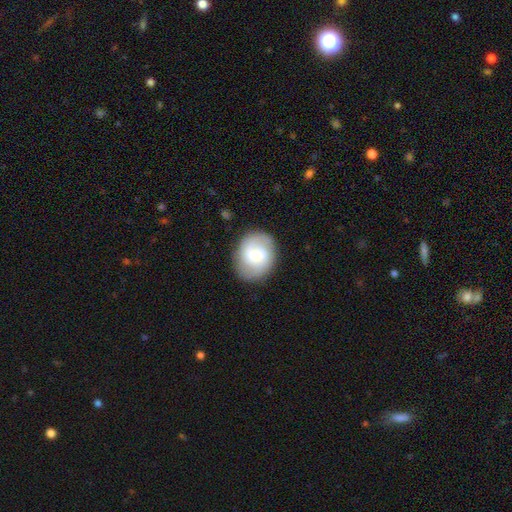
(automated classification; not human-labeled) Smooth or featured? featured or disk (57%)
Edge-on disk? no (98%)
Bar? weak (48%)
Spiral arms? yes (89%)
Bulge size? moderate (43%, tied with small)
Merging? none (82%)